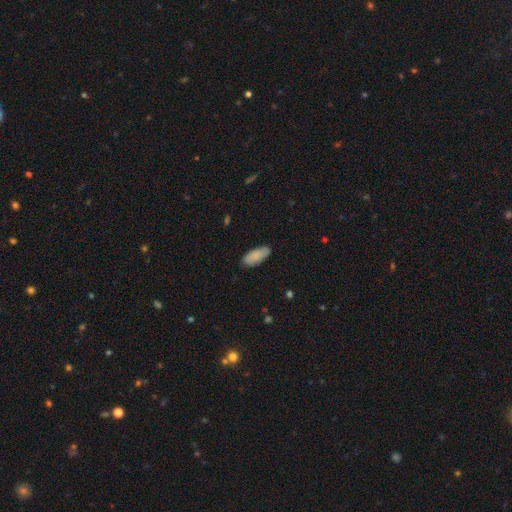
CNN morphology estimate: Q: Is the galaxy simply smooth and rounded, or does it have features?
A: smooth — 85%.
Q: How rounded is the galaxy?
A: in between — 87%.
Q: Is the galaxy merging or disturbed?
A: none — 82%.